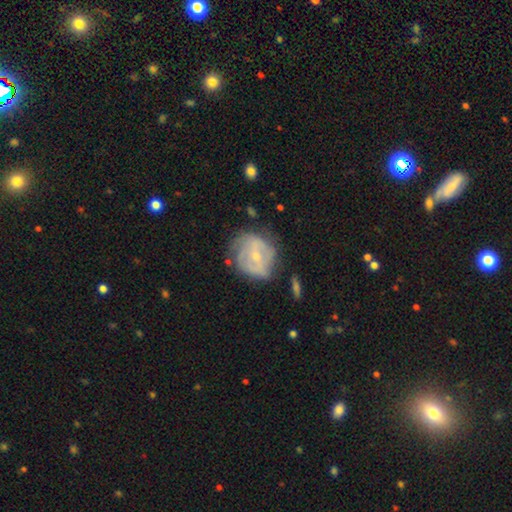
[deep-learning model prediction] Overall: featured or disk (65%; smooth 28%). Edge-on disk: no (96%). Bar: no (50%; weak 38%). Spiral arms: yes (64%; no 36%). Bulge size: small (63%; moderate 34%). Merging: none (58%; minor disturbance 27%).